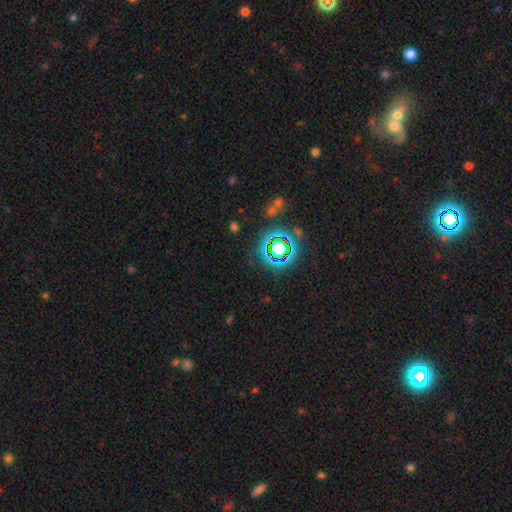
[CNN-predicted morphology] type=star or artifact (71%).